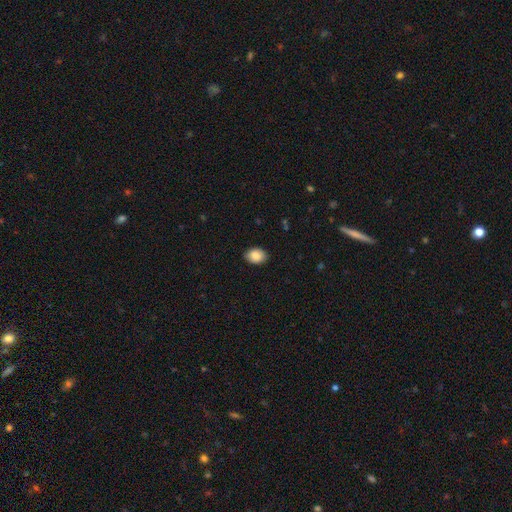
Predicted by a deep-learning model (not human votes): Smooth or featured: smooth — 87% (star or artifact — 7%)
How rounded: in between — 78% (round — 21%)
Merging: none — 87% (minor disturbance — 10%)